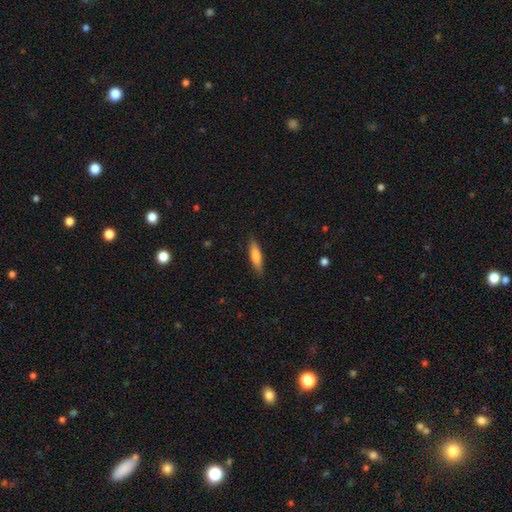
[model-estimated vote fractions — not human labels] Q: Smooth or featured?
A: smooth (70%); runner-up: featured or disk (24%)
Q: How rounded?
A: cigar-shaped (73%); runner-up: in between (26%)
Q: Merging?
A: none (87%); runner-up: minor disturbance (10%)